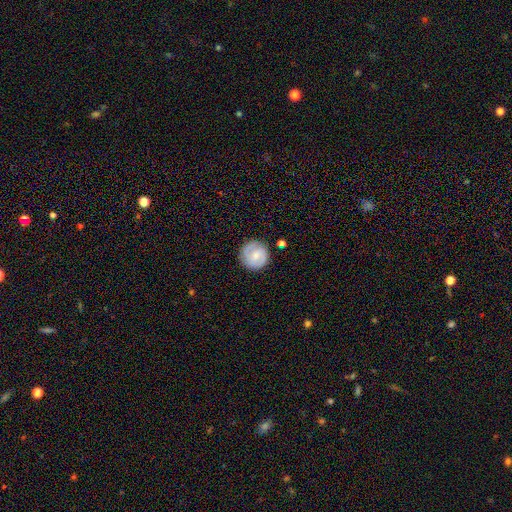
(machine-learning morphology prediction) Smooth or featured? Predicted: featured or disk (p=0.48). Merging? Predicted: none (p=0.84).